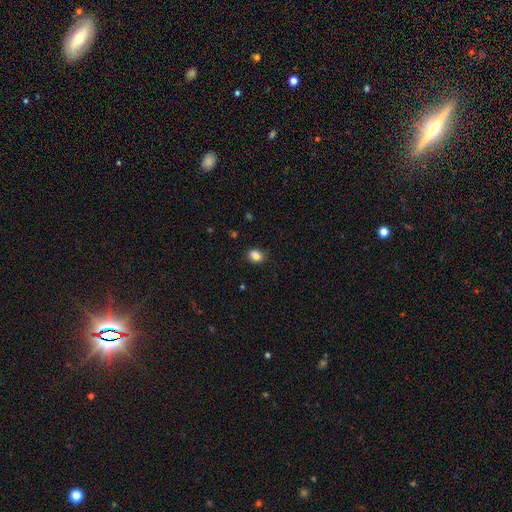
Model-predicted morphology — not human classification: Smooth or featured? Predicted: smooth (p=0.85). How rounded? Predicted: in between (p=0.56). Merging? Predicted: none (p=0.81).